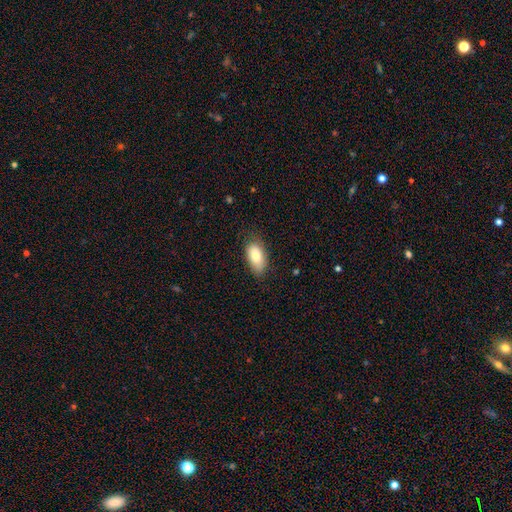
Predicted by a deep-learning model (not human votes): This is clearly a smooth galaxy (80%). How rounded: clearly in between (92%). Merging: likely none (74%).